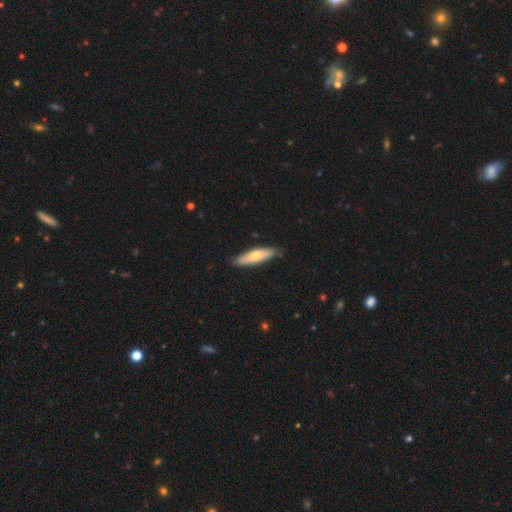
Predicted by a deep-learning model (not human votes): This appears to be a smooth galaxy with no disk features (65%) that is cigar-shaped (67%). Merging: none (82%).